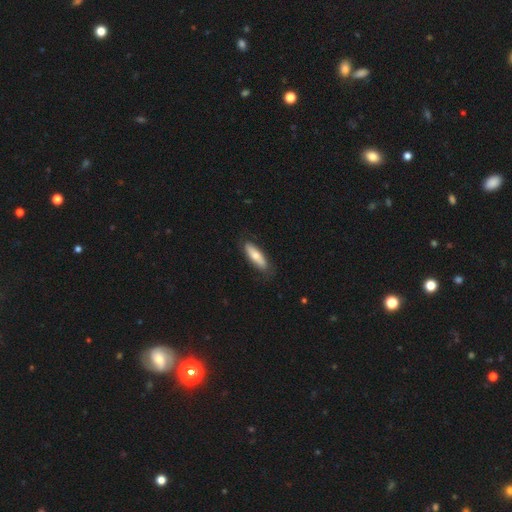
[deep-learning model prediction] Smooth or featured?
  - smooth: 70% *
  - featured or disk: 25%
  - star or artifact: 5%
How rounded?
  - in between: 50% *
  - cigar-shaped: 48%
  - round: 2%
Merging?
  - none: 80% *
  - minor disturbance: 15%
  - major disturbance: 3%
  - merger: 1%